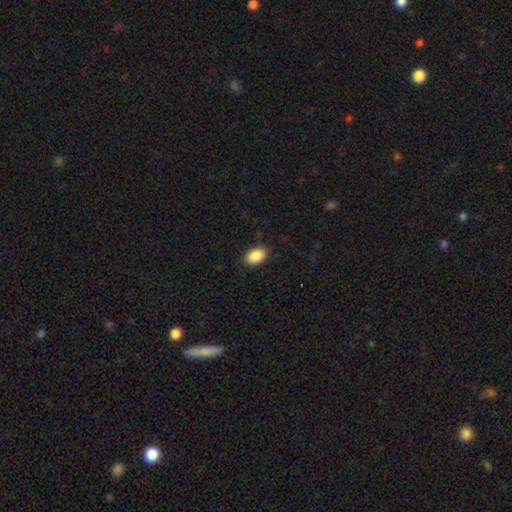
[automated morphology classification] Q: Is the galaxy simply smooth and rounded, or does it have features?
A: smooth — 90%.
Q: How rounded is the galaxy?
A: in between — 91%.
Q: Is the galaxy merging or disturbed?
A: none — 85%.